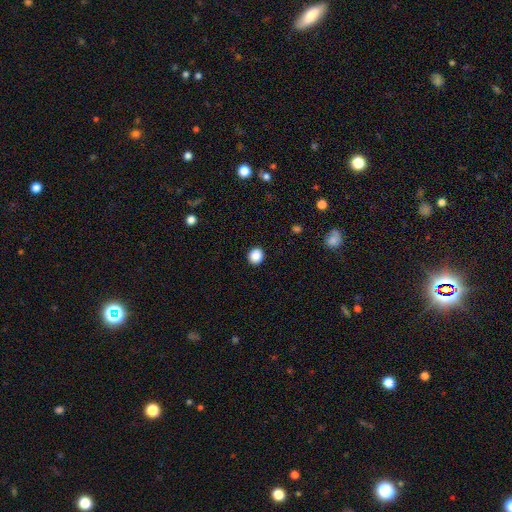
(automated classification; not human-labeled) The model was most divided on "how rounded": round: 86%, in between: 13%, cigar-shaped: 1%. More confident: merging — none (92%); smooth or featured — smooth (88%).